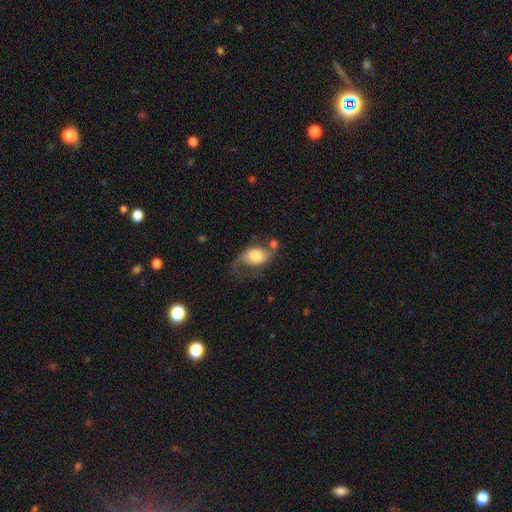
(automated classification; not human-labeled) A featured or disk galaxy (50%).

Vote fractions:
- Smooth or featured? featured or disk: 50% / smooth: 43% / star or artifact: 8%
- Merging? none: 36% / major disturbance: 29% / minor disturbance: 24% / merger: 11%